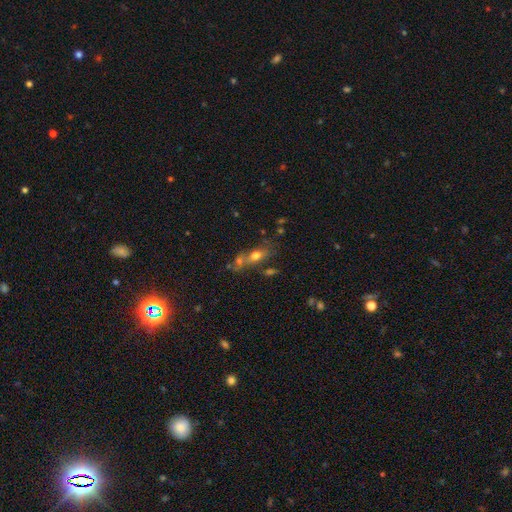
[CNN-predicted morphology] This appears to be a smooth galaxy with no disk features (61%) that is in between round and cigar-shaped (67%). Merging: none (41%).